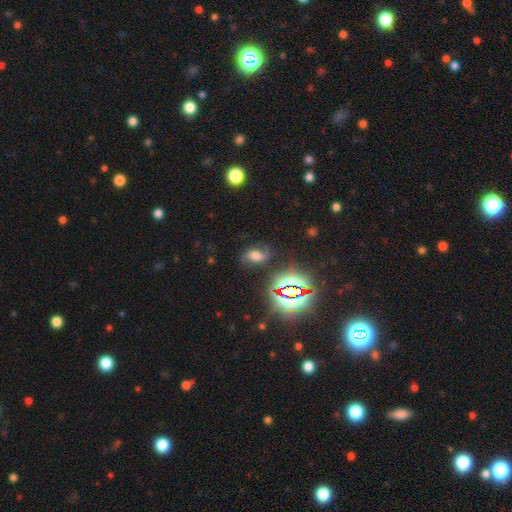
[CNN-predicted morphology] smooth-or-featured: featured or disk: 41% | smooth: 31% | star or artifact: 28%
  merging: none: 66% | minor disturbance: 20% | major disturbance: 11% | merger: 3%